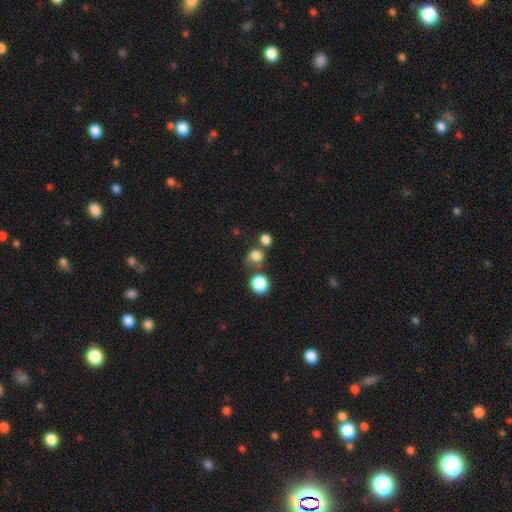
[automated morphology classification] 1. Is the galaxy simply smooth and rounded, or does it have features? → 80% smooth, 14% star or artifact, 6% featured or disk.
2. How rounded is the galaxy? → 76% round, 23% in between, 1% cigar-shaped.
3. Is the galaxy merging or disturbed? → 62% none, 22% merger, 12% minor disturbance, 5% major disturbance.